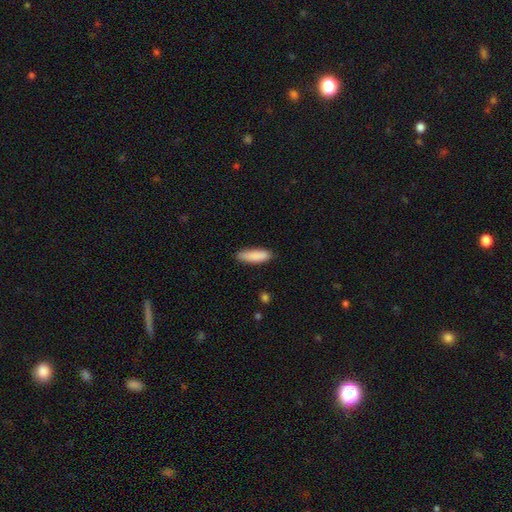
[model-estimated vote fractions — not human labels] Smooth or featured?
  - smooth: 88% *
  - star or artifact: 6%
  - featured or disk: 6%
How rounded?
  - cigar-shaped: 52% *
  - in between: 47%
  - round: 2%
Merging?
  - none: 83% *
  - minor disturbance: 13%
  - major disturbance: 2%
  - merger: 1%